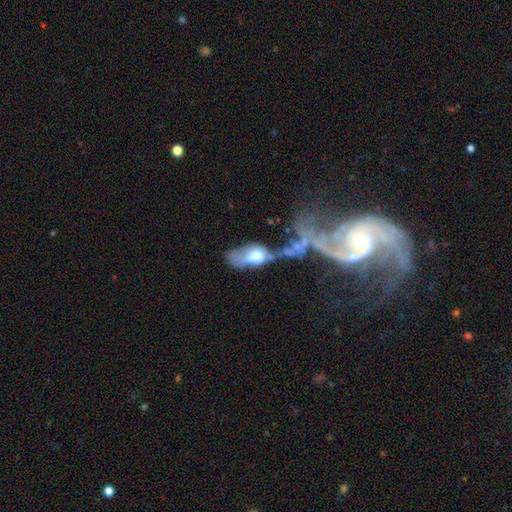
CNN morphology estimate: This appears to be a smooth galaxy with no disk features (46%). Merging: major disturbance (39%).